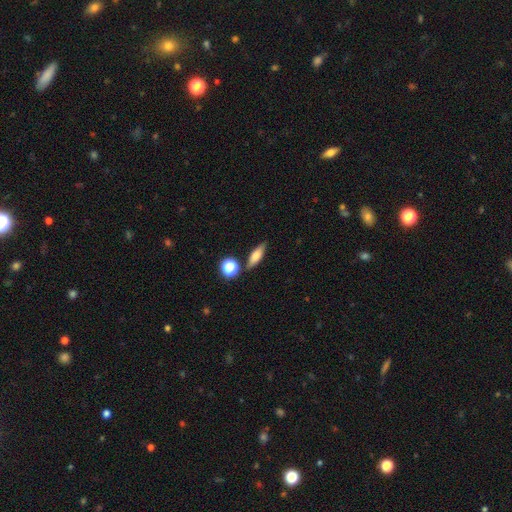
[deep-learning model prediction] Morphology: type=smooth (62%); roundness=in between (53%); merging=none (79%).